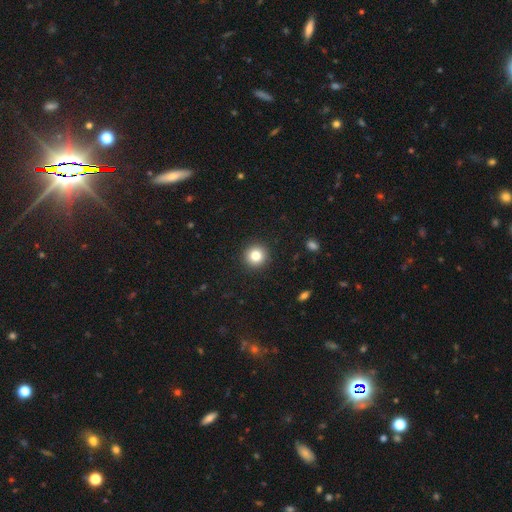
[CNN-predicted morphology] Smooth or featured? Predicted: smooth (p=0.81). How rounded? Predicted: round (p=0.95). Merging? Predicted: none (p=0.93).